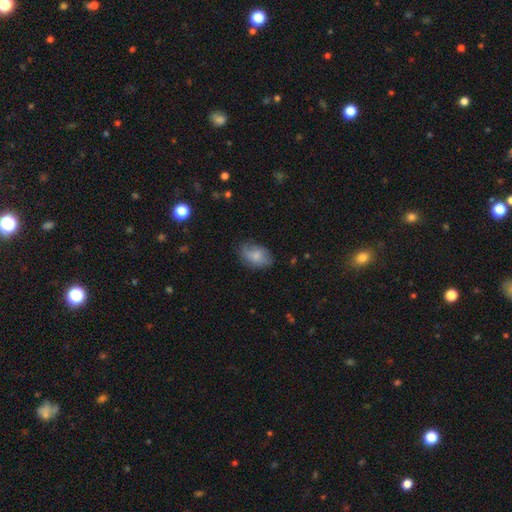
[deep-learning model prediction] This appears to be a smooth galaxy with no disk features (73%) that is in between round and cigar-shaped (88%). Merging: none (64%).